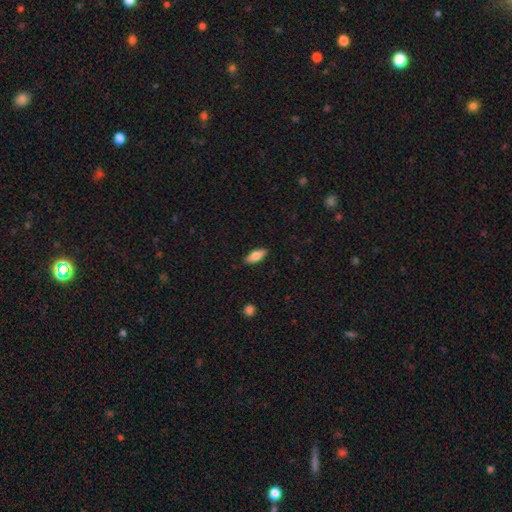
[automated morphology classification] Q: Smooth or featured?
A: smooth (79%); runner-up: featured or disk (15%)
Q: How rounded?
A: in between (80%); runner-up: cigar-shaped (18%)
Q: Merging?
A: none (87%); runner-up: minor disturbance (10%)